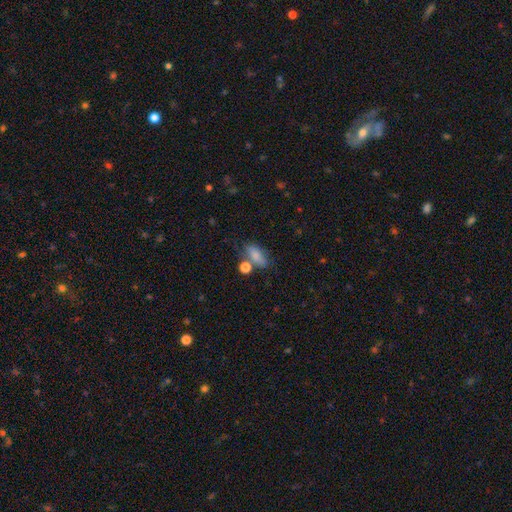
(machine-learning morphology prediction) Smooth or featured? smooth (78%)
How rounded? in between (80%)
Merging? none (52%)